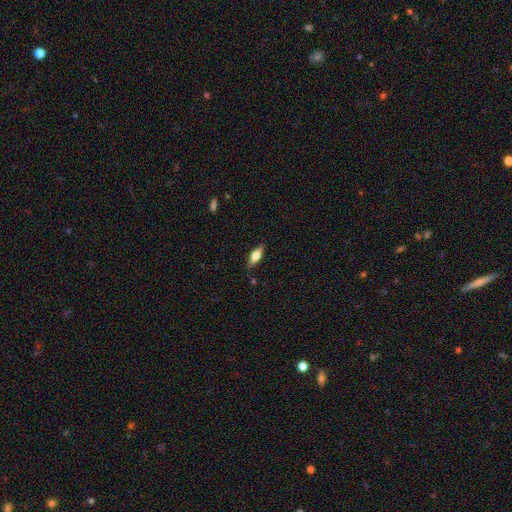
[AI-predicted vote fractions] Smooth or featured: smooth — 49% (featured or disk — 44%)
Merging: none — 84% (minor disturbance — 12%)